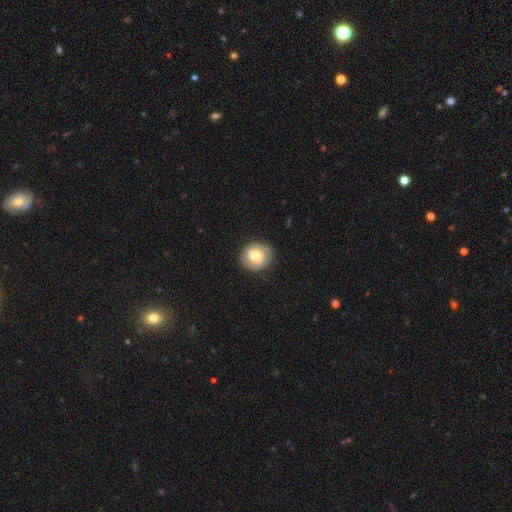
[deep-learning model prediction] Smooth or featured? Predicted: smooth (p=0.50). Merging? Predicted: none (p=0.80).